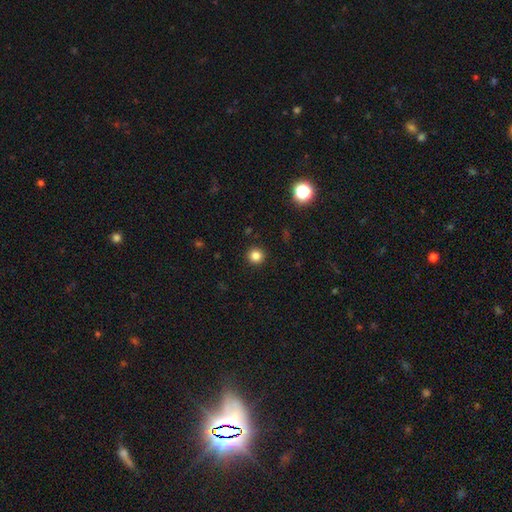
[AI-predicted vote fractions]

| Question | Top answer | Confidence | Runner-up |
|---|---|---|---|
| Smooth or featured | smooth | 83% | star or artifact (13%) |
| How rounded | round | 96% | in between (4%) |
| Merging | none | 93% | minor disturbance (4%) |